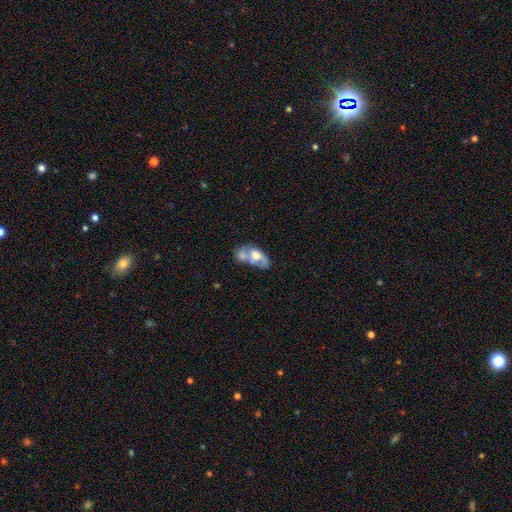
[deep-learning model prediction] Overall: featured or disk (47%; smooth 46%). Merging: merger (65%).